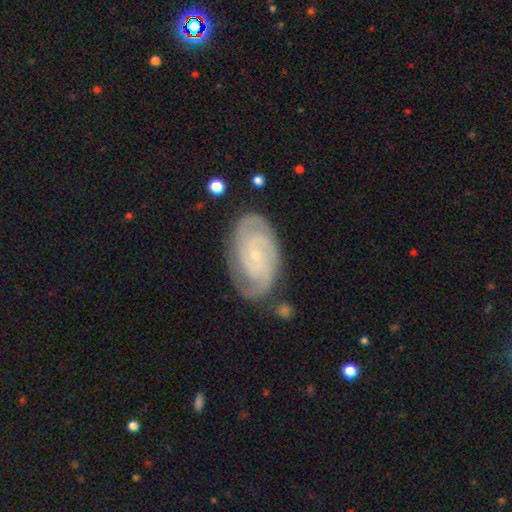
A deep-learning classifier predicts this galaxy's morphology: A featured or disk galaxy (87%) with no bar (67%), 2 (51%) tight (69%) spiral arms (97%) and a small central bulge (84%).

Vote fractions:
- Smooth or featured? featured or disk: 87% / smooth: 8% / star or artifact: 5%
- Edge-on disk? no: 97% / yes: 3%
- Bar? no: 67% / weak: 27% / strong: 6%
- Spiral arms? yes: 97% / no: 3%
- Spiral winding? tight: 69% / medium: 26% / loose: 5%
- Spiral arm count? 2: 51% / 3: 19% / can't tell: 16% / 4: 6% / 1: 4% / more than 4: 4%
- Bulge size? small: 84% / moderate: 12% / none: 2% / large: 1% / dominant: 1%
- Merging? none: 75% / minor disturbance: 17% / major disturbance: 5% / merger: 2%